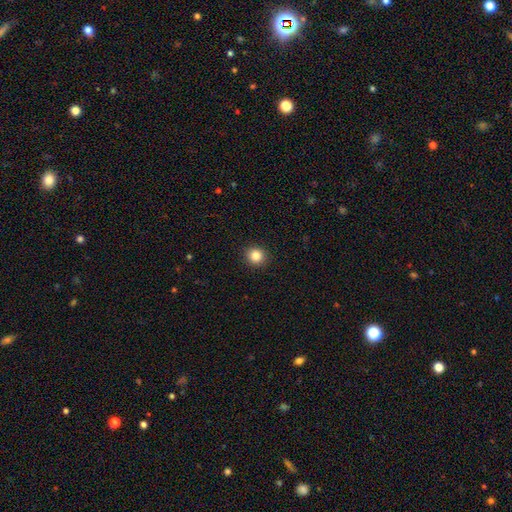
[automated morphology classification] Smooth or featured?
  - smooth: 84% *
  - star or artifact: 11%
  - featured or disk: 4%
How rounded?
  - round: 91% *
  - in between: 8%
  - cigar-shaped: 1%
Merging?
  - none: 93% *
  - minor disturbance: 5%
  - major disturbance: 2%
  - merger: 1%